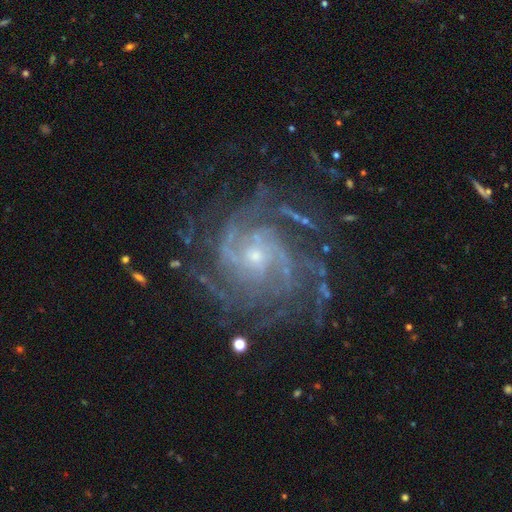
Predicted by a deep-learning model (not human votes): Morphology: type=featured or disk (90%); edge-on=no (98%); bar=no (67%); spiral arms=yes (98%); winding=tight (64%); arm count=4 (25%); bulge=small (72%); merging=none (74%).